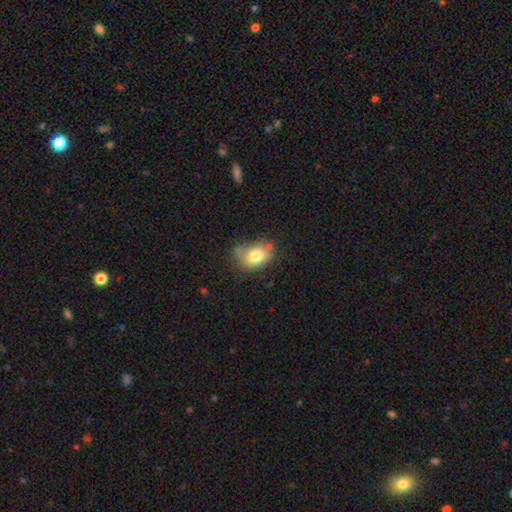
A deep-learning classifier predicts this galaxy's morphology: This appears to be a smooth galaxy with no disk features (75%) that is in between round and cigar-shaped (72%). Merging: none (53%).